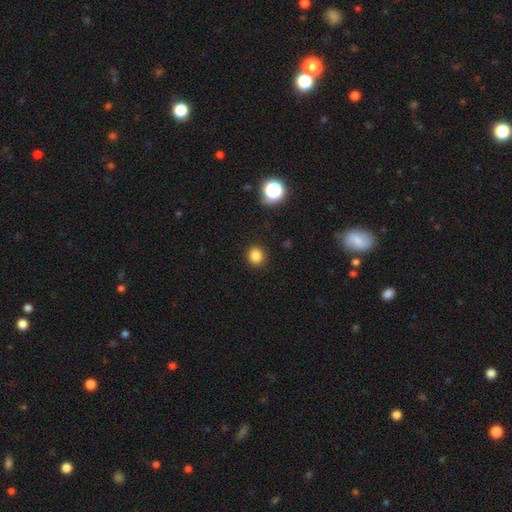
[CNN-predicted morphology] Smooth or featured? Predicted: smooth (p=0.83). How rounded? Predicted: round (p=0.81). Merging? Predicted: none (p=0.91).